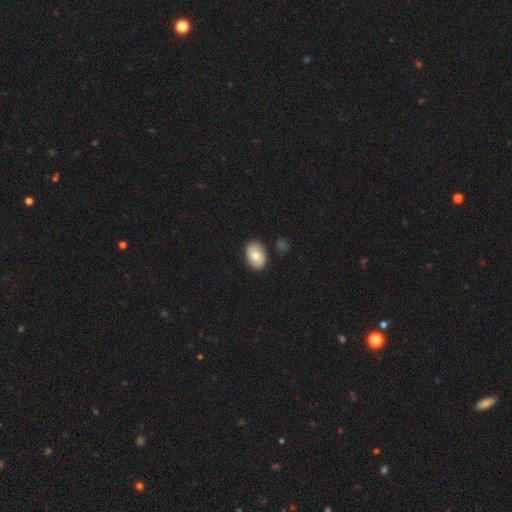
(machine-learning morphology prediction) Smooth or featured: smooth — 73% (featured or disk — 21%)
How rounded: in between — 84% (round — 15%)
Merging: none — 83% (minor disturbance — 12%)